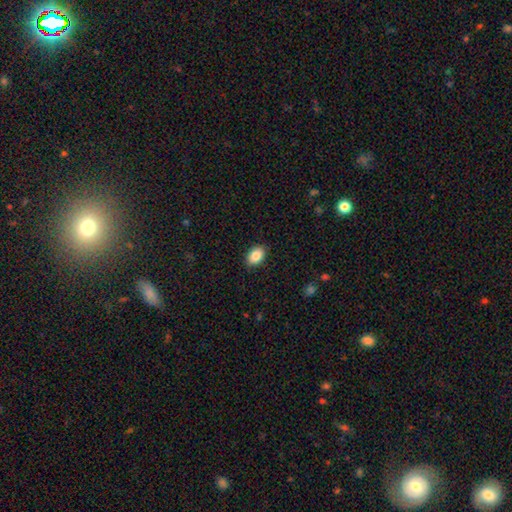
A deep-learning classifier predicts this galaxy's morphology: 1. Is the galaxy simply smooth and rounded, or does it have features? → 86% smooth, 8% star or artifact, 7% featured or disk.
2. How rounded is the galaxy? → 86% in between, 13% round, 1% cigar-shaped.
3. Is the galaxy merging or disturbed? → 89% none, 8% minor disturbance, 2% major disturbance, 1% merger.